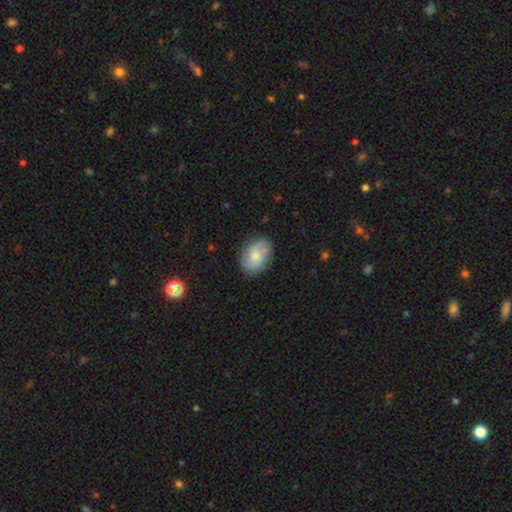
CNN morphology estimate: A featured or disk galaxy (56%) with no bar (67%), spiral arms (89%) and a small central bulge (47%).

Vote fractions:
- Smooth or featured? featured or disk: 56% / smooth: 37% / star or artifact: 7%
- Edge-on disk? no: 97% / yes: 3%
- Bar? no: 67% / weak: 29% / strong: 4%
- Spiral arms? yes: 89% / no: 11%
- Bulge size? small: 47% / moderate: 40% / none: 7% / large: 4% / dominant: 1%
- Merging? none: 78% / minor disturbance: 16% / major disturbance: 5% / merger: 1%